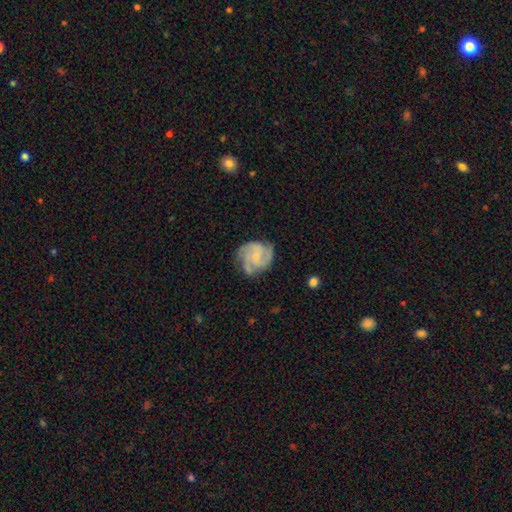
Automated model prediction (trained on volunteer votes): Morphology: type=featured or disk (81%); edge-on=no (98%); bar=no (62%); spiral arms=yes (96%); winding=medium (49%); arm count=3 (54%); bulge=small (65%); merging=none (68%).